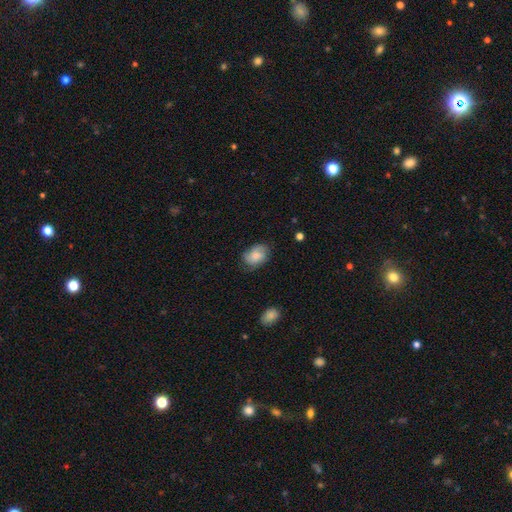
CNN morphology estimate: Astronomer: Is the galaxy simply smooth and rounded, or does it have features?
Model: smooth — 54% (runner-up: featured or disk, 38%).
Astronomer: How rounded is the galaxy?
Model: in between — 74%.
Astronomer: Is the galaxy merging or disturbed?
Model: none — 65%.